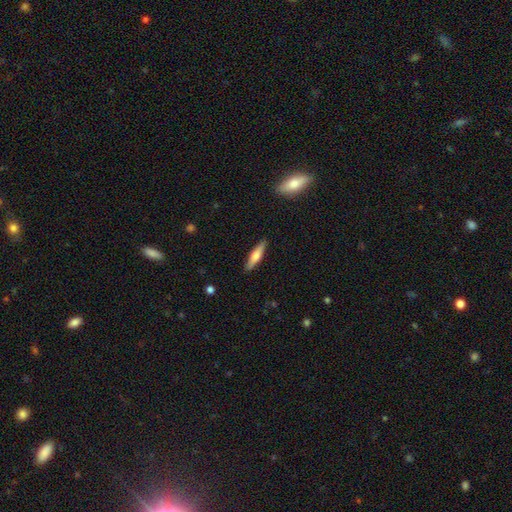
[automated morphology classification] smooth-or-featured: smooth: 62% | featured or disk: 32% | star or artifact: 6%
  how-rounded: cigar-shaped: 77% | in between: 21% | round: 2%
  merging: none: 89% | minor disturbance: 8% | major disturbance: 2% | merger: 1%